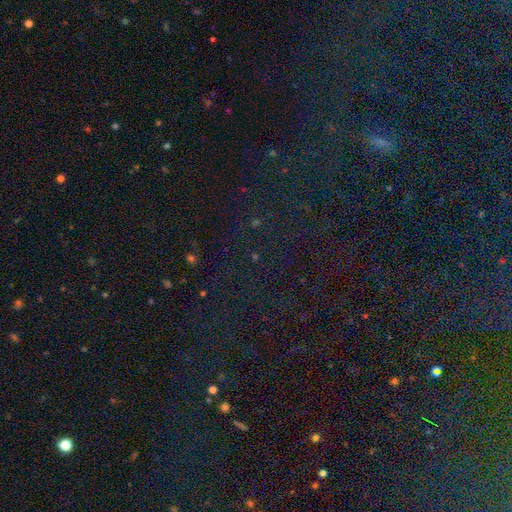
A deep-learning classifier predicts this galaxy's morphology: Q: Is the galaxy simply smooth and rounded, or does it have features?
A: star or artifact — 82%.